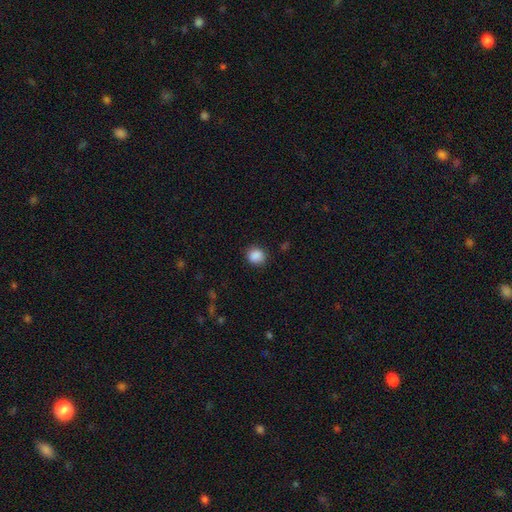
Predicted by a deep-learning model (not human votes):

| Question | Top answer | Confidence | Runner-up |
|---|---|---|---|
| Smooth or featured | smooth | 88% | star or artifact (10%) |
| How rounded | round | 81% | in between (18%) |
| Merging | none | 87% | minor disturbance (9%) |